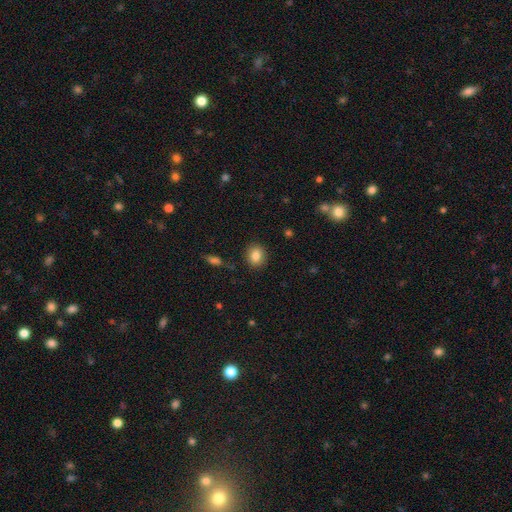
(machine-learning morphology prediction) smooth 84%, star or artifact 9%, featured or disk 7%. Down the decision tree: how rounded — round (67%); merging — none (89%).